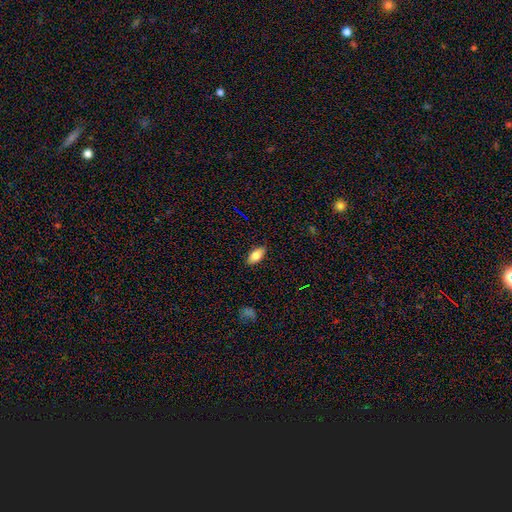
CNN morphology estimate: This appears to be a smooth galaxy with no disk features (80%) that is in between round and cigar-shaped (90%). Merging: none (87%).